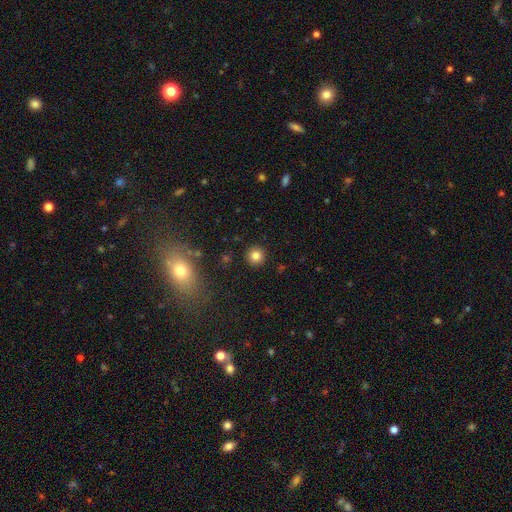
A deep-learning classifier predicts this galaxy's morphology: A smooth galaxy with no disk features (83%) that is round (94%).

Vote fractions:
- Smooth or featured? smooth: 83% / star or artifact: 11% / featured or disk: 5%
- How rounded? round: 94% / in between: 5% / cigar-shaped: 1%
- Merging? none: 92% / minor disturbance: 5% / major disturbance: 2% / merger: 1%